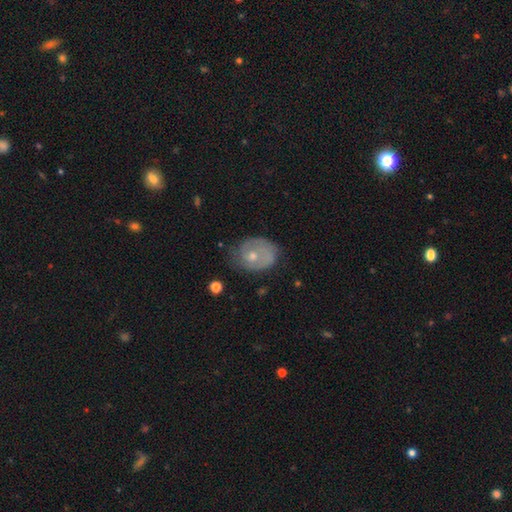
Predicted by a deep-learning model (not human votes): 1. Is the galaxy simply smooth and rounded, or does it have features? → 55% featured or disk, 37% smooth, 8% star or artifact.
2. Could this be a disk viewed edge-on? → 96% no, 4% yes.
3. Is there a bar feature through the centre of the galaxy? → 83% no, 15% weak, 3% strong.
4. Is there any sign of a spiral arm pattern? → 61% yes, 39% no.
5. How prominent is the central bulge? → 53% moderate, 43% small, 2% large, 1% none, 1% dominant.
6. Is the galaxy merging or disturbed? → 60% none, 28% minor disturbance, 10% major disturbance, 2% merger.